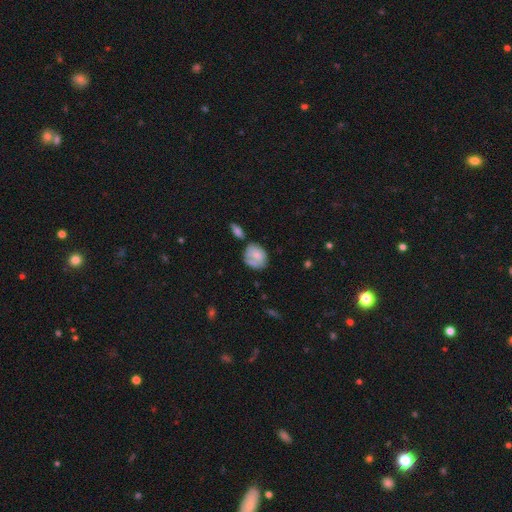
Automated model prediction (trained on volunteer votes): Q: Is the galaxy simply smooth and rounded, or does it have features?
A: smooth — 67%.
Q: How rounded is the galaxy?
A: in between — 52%.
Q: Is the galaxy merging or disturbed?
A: none — 45%.